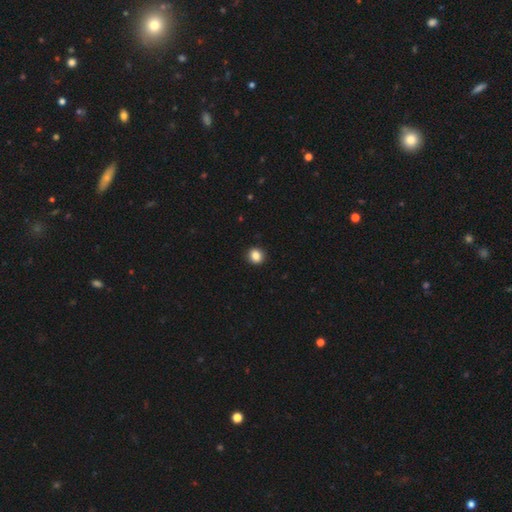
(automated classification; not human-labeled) Morphology: type=smooth (86%); roundness=round (82%); merging=none (93%).